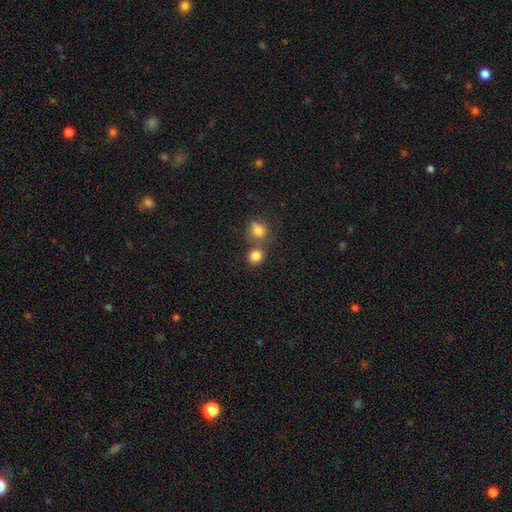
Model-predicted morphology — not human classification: Smooth or featured? smooth (83%)
How rounded? round (80%)
Merging? none (57%)